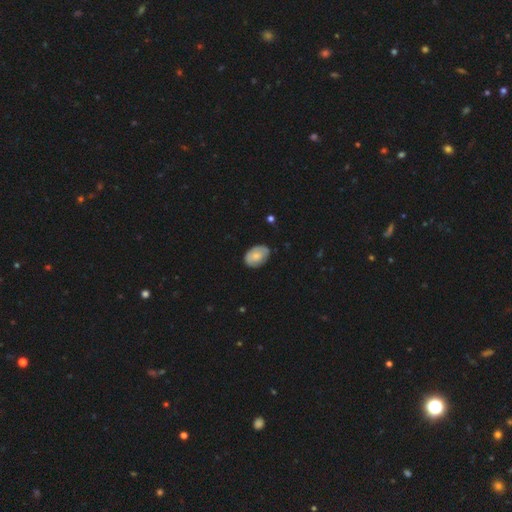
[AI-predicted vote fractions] Smooth or featured?
  - smooth: 67% *
  - featured or disk: 27%
  - star or artifact: 6%
How rounded?
  - in between: 86% *
  - round: 13%
  - cigar-shaped: 1%
Merging?
  - none: 77% *
  - minor disturbance: 19%
  - major disturbance: 3%
  - merger: 1%